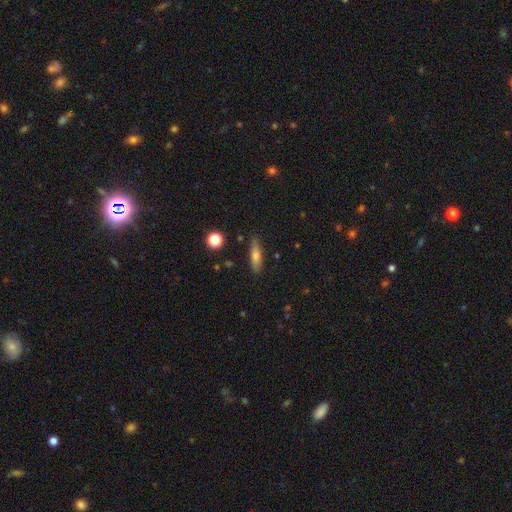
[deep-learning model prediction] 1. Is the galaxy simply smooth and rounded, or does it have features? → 67% smooth, 24% featured or disk, 8% star or artifact.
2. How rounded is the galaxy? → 61% cigar-shaped, 36% in between, 3% round.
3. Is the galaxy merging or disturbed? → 85% none, 11% minor disturbance, 2% major disturbance, 2% merger.